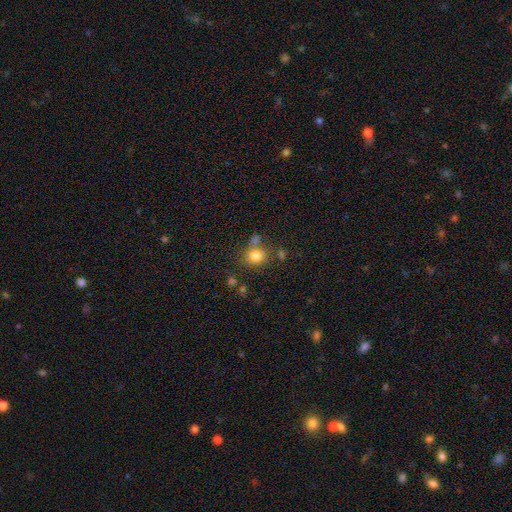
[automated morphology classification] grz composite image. It shows a smooth galaxy with no disk features (81%) that is round (75%). Merging: none (66%).